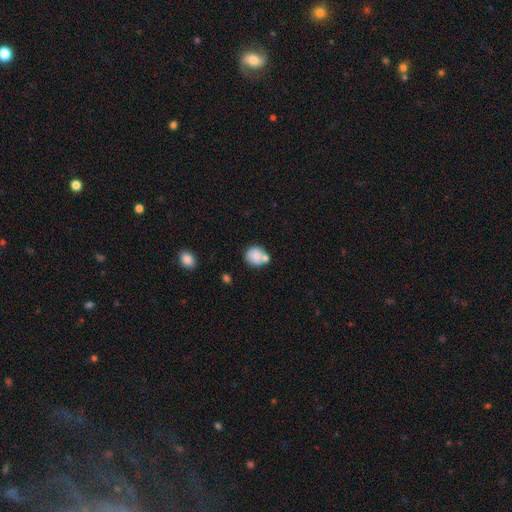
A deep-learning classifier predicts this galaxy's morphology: smooth_or_featured: smooth (p=0.79) [alt: featured or disk p=0.13]
how_rounded: round (p=0.80) [alt: in between p=0.19]
merging: none (p=0.53) [alt: merger p=0.28]